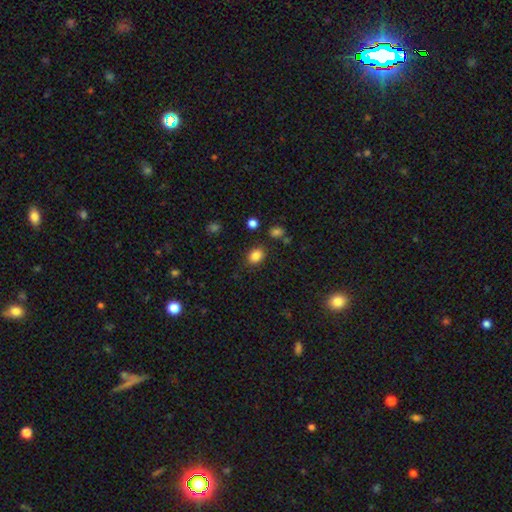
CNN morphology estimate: A smooth galaxy with no disk features (84%) that is in between round and cigar-shaped (62%). Merging: none (82%).